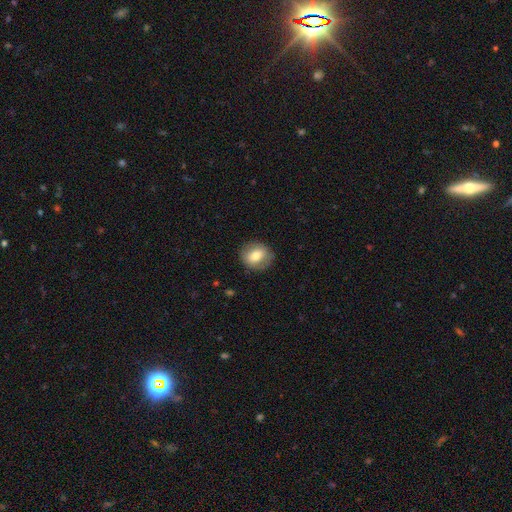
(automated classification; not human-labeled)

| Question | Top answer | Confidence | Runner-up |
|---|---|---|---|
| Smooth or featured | smooth | 71% | featured or disk (21%) |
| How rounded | round | 73% | in between (26%) |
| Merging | none | 84% | minor disturbance (11%) |